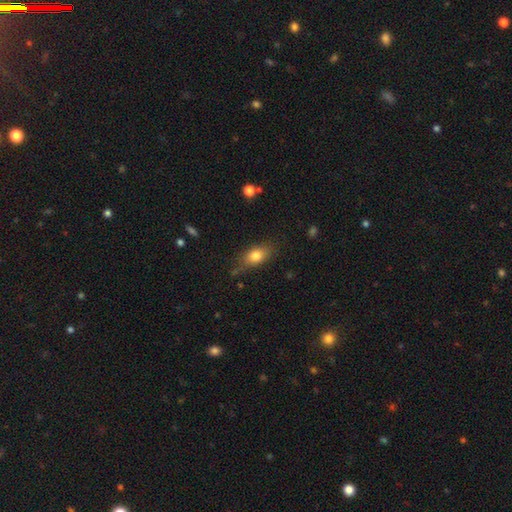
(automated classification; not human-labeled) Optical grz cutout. It shows a smooth galaxy with no disk features (78%) that is in between round and cigar-shaped (79%). Merging: none (69%).